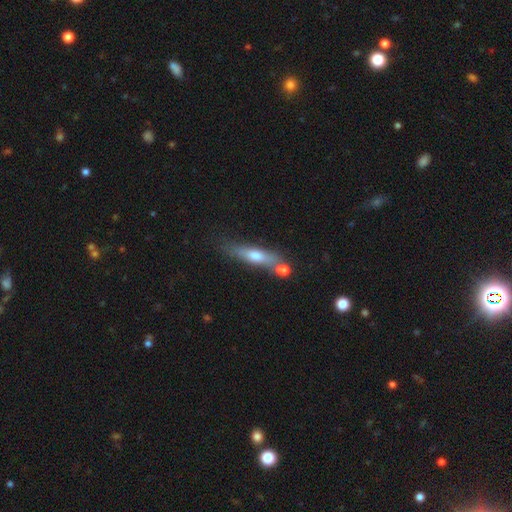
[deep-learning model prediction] This is possibly a smooth galaxy (50%). How rounded: likely cigar-shaped (77%). Merging: possibly none (57%).